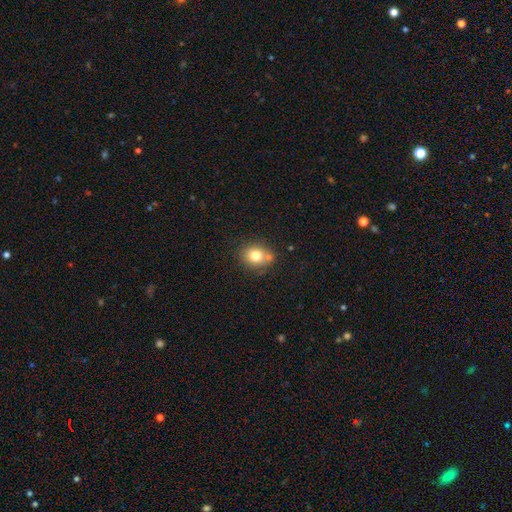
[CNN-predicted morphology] The model was most divided on "how rounded": round: 57%, in between: 42%, cigar-shaped: 1%. More confident: smooth or featured — smooth (77%); merging — none (62%).